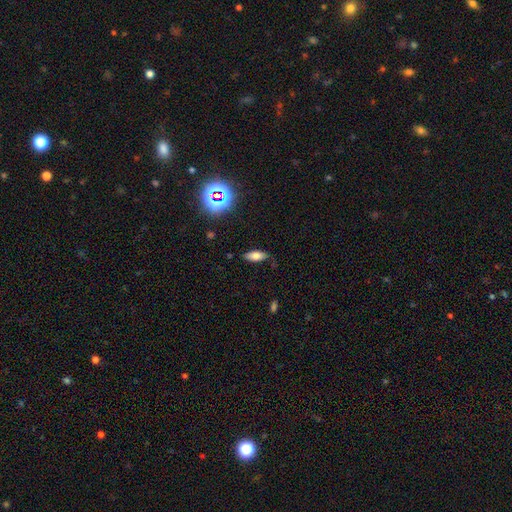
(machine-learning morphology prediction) The model was most divided on "smooth or featured": smooth: 71%, featured or disk: 16%, star or artifact: 13%. More confident: merging — none (82%); how rounded — in between (78%).